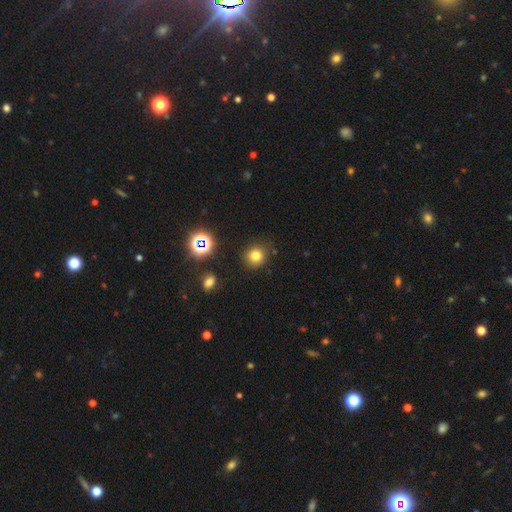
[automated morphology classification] Overall: smooth (76%). How rounded: round (87%). Merging: none (85%).